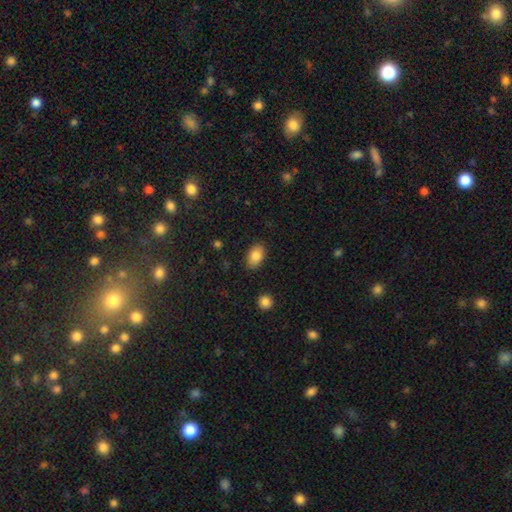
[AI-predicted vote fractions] smooth_or_featured: smooth (p=0.85) [alt: star or artifact p=0.08]
how_rounded: in between (p=0.88) [alt: round p=0.10]
merging: none (p=0.85) [alt: minor disturbance p=0.11]